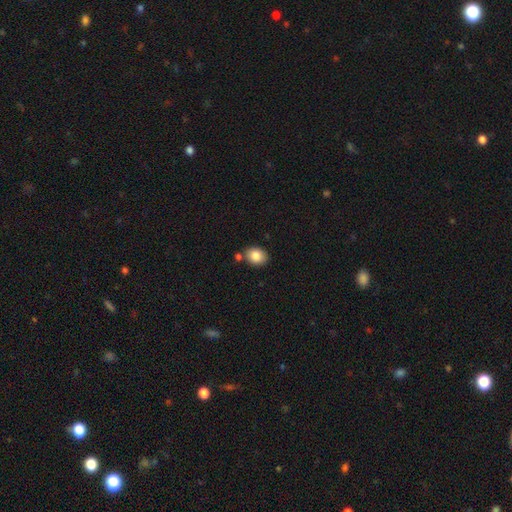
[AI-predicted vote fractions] smooth_or_featured: smooth (p=0.85) [alt: star or artifact p=0.08]
how_rounded: in between (p=0.55) [alt: round p=0.44]
merging: none (p=0.72) [alt: minor disturbance p=0.13]